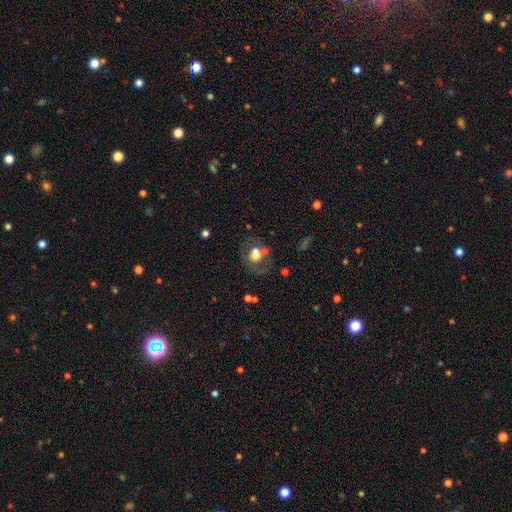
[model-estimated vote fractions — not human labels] Smooth or featured?
  - smooth: 52% *
  - featured or disk: 36%
  - star or artifact: 12%
How rounded?
  - round: 59% *
  - in between: 40%
  - cigar-shaped: 1%
Merging?
  - none: 53% *
  - minor disturbance: 17%
  - merger: 16%
  - major disturbance: 13%